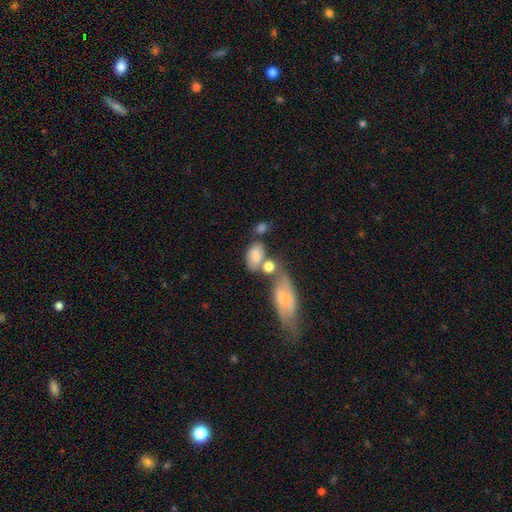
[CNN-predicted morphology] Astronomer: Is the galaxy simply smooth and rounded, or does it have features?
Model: smooth — 78%.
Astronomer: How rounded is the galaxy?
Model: in between — 88%.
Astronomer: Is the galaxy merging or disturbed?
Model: none — 41% (runner-up: merger, 33%).